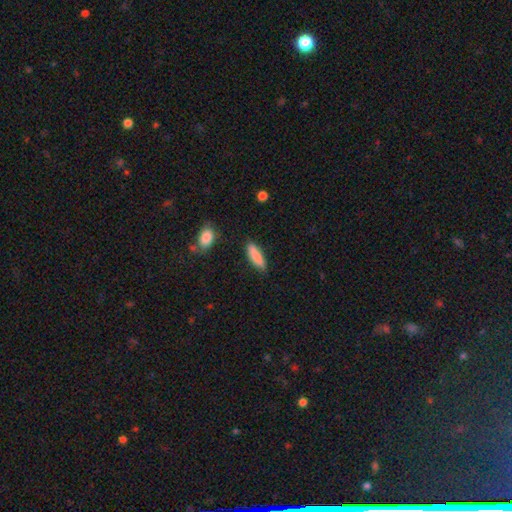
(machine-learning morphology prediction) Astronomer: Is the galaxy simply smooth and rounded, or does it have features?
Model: smooth — 87%.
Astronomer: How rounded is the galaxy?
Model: cigar-shaped — 57% (runner-up: in between, 41%).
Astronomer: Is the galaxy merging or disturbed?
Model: none — 84%.